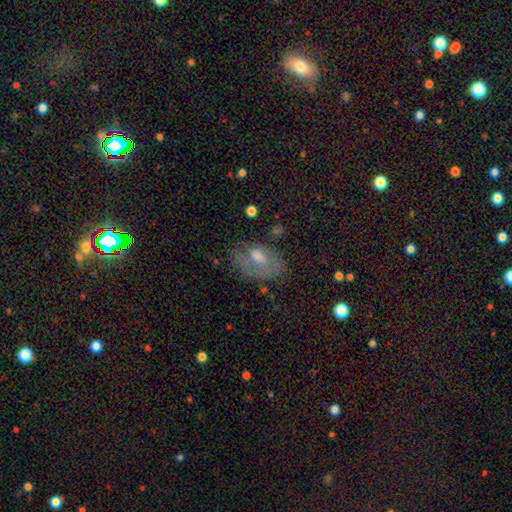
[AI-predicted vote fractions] The model was most divided on "smooth or featured": smooth: 44%, featured or disk: 41%, star or artifact: 14%. More confident: merging — none (51%).